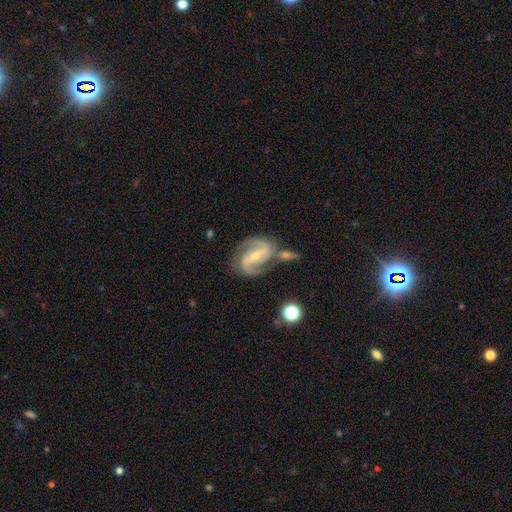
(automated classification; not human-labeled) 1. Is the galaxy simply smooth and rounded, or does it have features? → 90% featured or disk, 5% smooth, 5% star or artifact.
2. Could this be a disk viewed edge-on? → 97% no, 3% yes.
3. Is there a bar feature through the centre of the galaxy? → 52% strong, 34% weak, 14% no.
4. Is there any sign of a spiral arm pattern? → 97% yes, 3% no.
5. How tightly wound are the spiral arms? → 55% medium, 23% loose, 22% tight.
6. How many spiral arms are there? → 91% 2, 3% can't tell, 3% 3, 2% 1, 1% 4, 1% more than 4.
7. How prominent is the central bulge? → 59% small, 37% moderate, 2% none, 1% large, 1% dominant.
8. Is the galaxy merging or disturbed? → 60% none, 17% minor disturbance, 16% merger, 7% major disturbance.